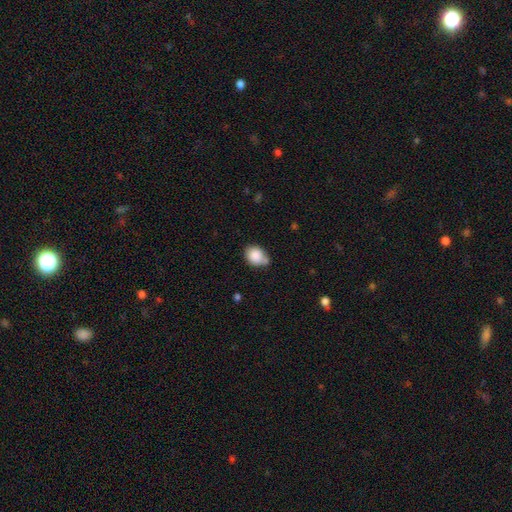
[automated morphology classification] type=smooth (86%); roundness=in between (53%); merging=none (55%).